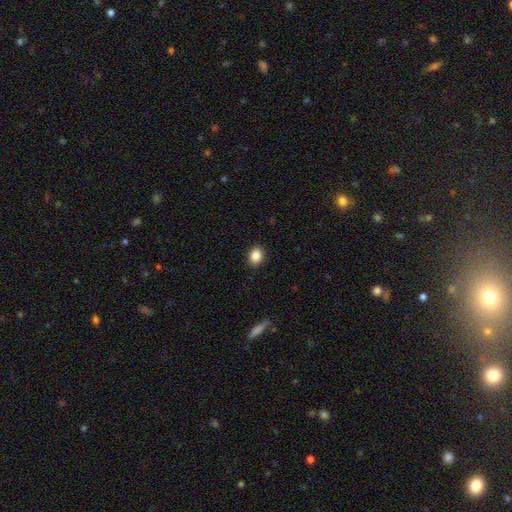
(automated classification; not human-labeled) Smooth or featured: smooth — 86% (star or artifact — 9%)
How rounded: in between — 59% (round — 40%)
Merging: none — 90% (minor disturbance — 7%)